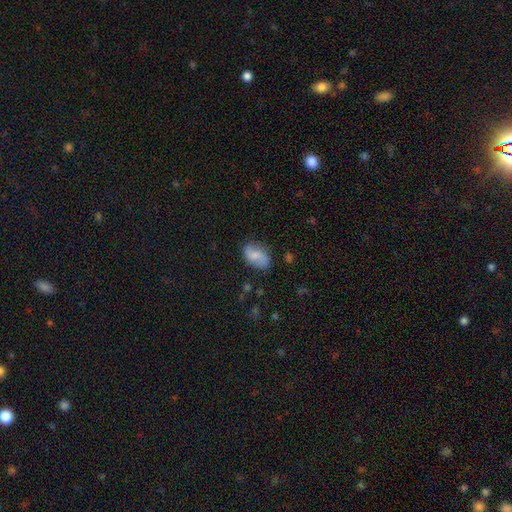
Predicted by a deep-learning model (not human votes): Smooth or featured: smooth — 52% (featured or disk — 40%)
How rounded: in between — 89% (round — 9%)
Merging: none — 74% (minor disturbance — 19%)